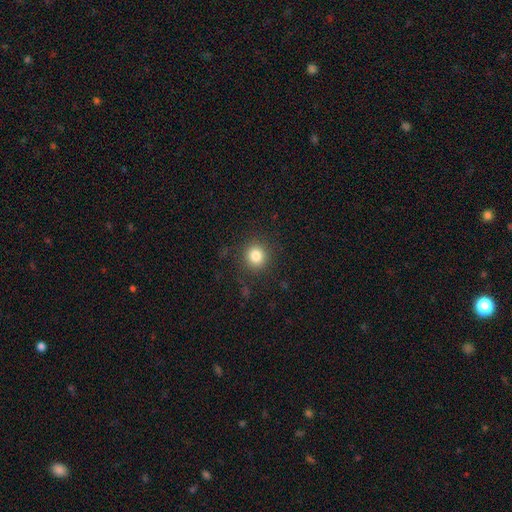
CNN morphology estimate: smooth_or_featured: smooth (p=0.82) [alt: star or artifact p=0.12]
how_rounded: round (p=0.90) [alt: in between p=0.09]
merging: none (p=0.88) [alt: minor disturbance p=0.08]